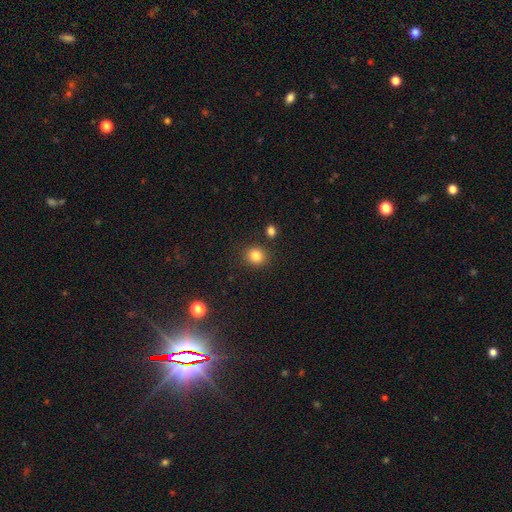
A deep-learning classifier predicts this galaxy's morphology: This appears to be a smooth galaxy with no disk features (84%) that is round (83%). Merging: none (86%).